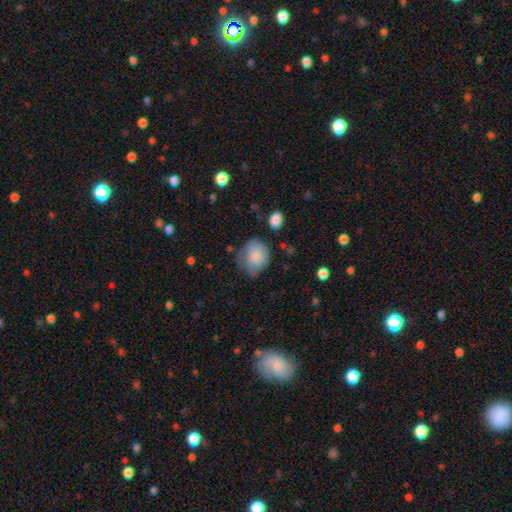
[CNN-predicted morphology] smooth_or_featured: smooth (p=0.76) [alt: featured or disk p=0.17]
how_rounded: round (p=0.67) [alt: in between p=0.32]
merging: none (p=0.49) [alt: minor disturbance p=0.33]